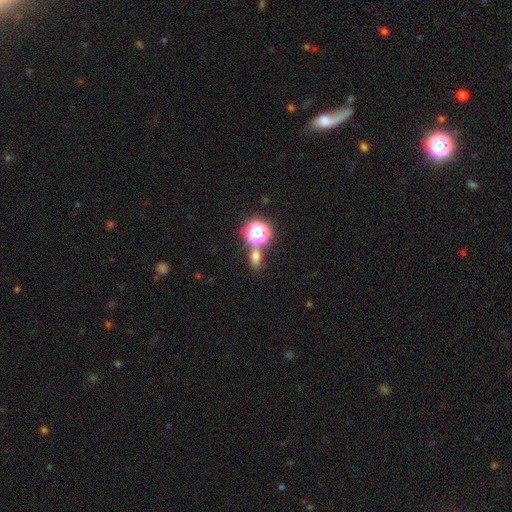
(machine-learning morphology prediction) Smooth or featured?
  - smooth: 63% *
  - star or artifact: 28%
  - featured or disk: 9%
How rounded?
  - in between: 61% *
  - round: 35%
  - cigar-shaped: 4%
Merging?
  - none: 68% *
  - merger: 16%
  - minor disturbance: 11%
  - major disturbance: 5%